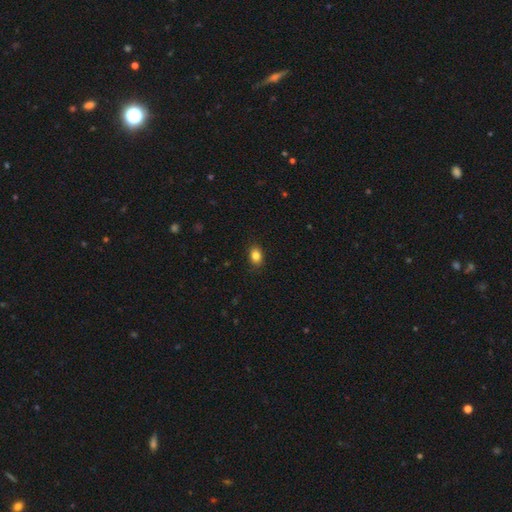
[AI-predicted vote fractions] smooth-or-featured: smooth: 84% | star or artifact: 10% | featured or disk: 6%
  how-rounded: in between: 70% | round: 29% | cigar-shaped: 1%
  merging: none: 87% | minor disturbance: 10% | major disturbance: 2% | merger: 1%